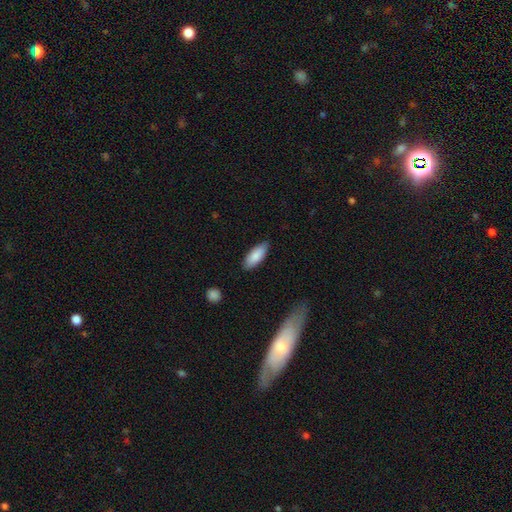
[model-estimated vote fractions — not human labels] smooth 87%, featured or disk 8%, star or artifact 6%. Down the decision tree: how rounded — in between (80%); merging — none (84%).